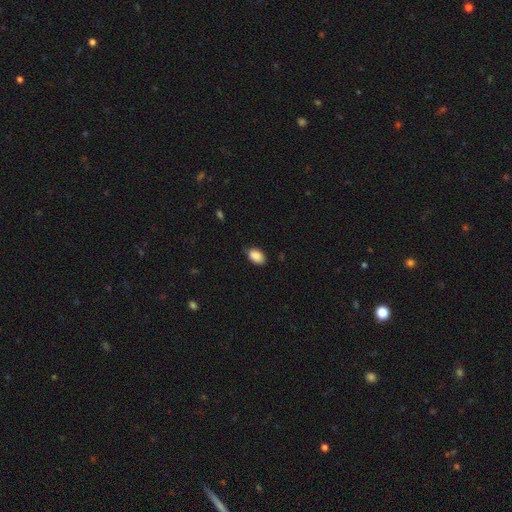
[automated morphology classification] Q: Smooth or featured?
A: smooth (88%); runner-up: star or artifact (7%)
Q: How rounded?
A: in between (90%); runner-up: round (9%)
Q: Merging?
A: none (76%); runner-up: minor disturbance (20%)